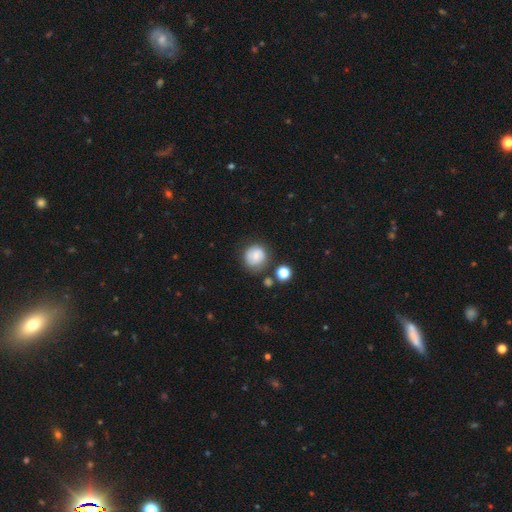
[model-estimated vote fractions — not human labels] Q: Smooth or featured?
A: smooth (69%); runner-up: featured or disk (21%)
Q: How rounded?
A: round (87%); runner-up: in between (12%)
Q: Merging?
A: none (72%); runner-up: minor disturbance (17%)